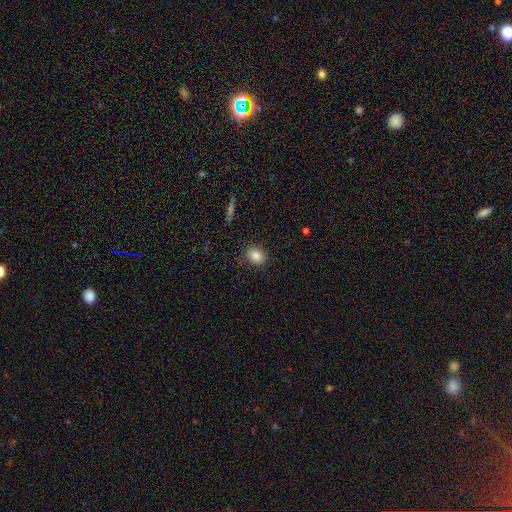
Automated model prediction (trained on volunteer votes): Overall: smooth (84%). How rounded: round (52%; in between 46%). Merging: none (84%).